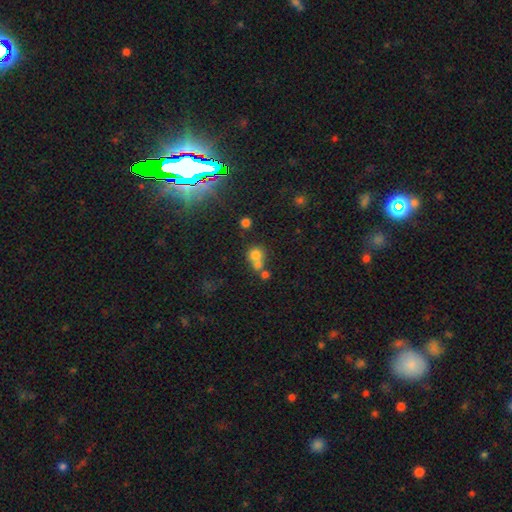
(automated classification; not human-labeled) Morphology: type=smooth (73%); roundness=round (83%); merging=merger (49%).